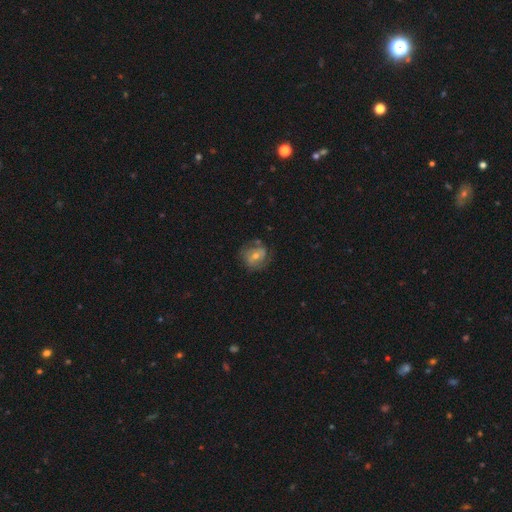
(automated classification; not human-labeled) smooth_or_featured: featured or disk (p=0.59) [alt: smooth p=0.29]
disk_edge_on: no (p=0.97) [alt: yes p=0.03]
bar: no (p=0.46) [alt: weak p=0.40]
has_spiral_arms: yes (p=0.78) [alt: no p=0.22]
bulge_size: moderate (p=0.53) [alt: small p=0.42]
merging: none (p=0.72) [alt: minor disturbance p=0.18]